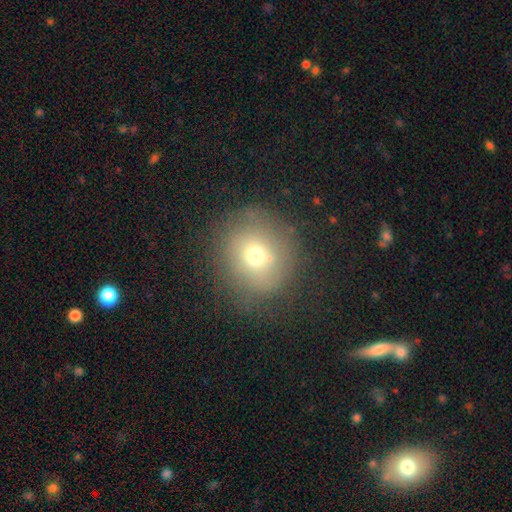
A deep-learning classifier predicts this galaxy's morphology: This is likely a smooth galaxy (67%). How rounded: clearly round (90%). Merging: likely none (77%).